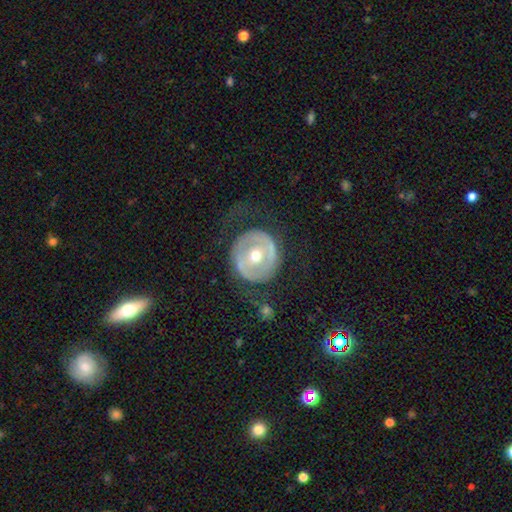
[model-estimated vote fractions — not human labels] Overall: featured or disk (63%; smooth 31%). Edge-on disk: no (95%). Bar: no (52%; weak 26%). Spiral arms: no (74%). Bulge size: moderate (70%). Merging: none (67%).